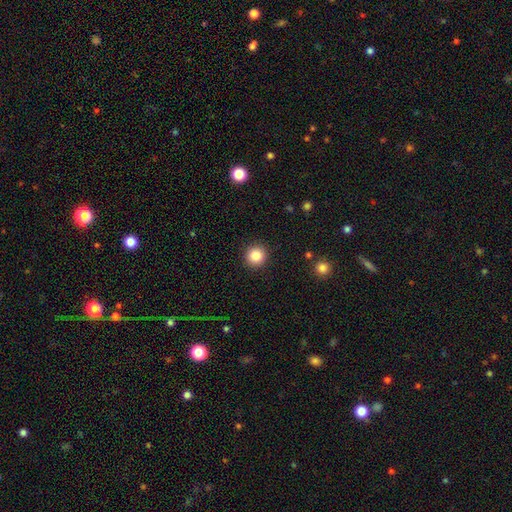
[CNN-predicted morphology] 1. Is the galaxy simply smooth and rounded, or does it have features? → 85% smooth, 10% star or artifact, 5% featured or disk.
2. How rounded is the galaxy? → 93% round, 6% in between, 1% cigar-shaped.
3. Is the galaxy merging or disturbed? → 92% none, 5% minor disturbance, 2% major disturbance, 1% merger.